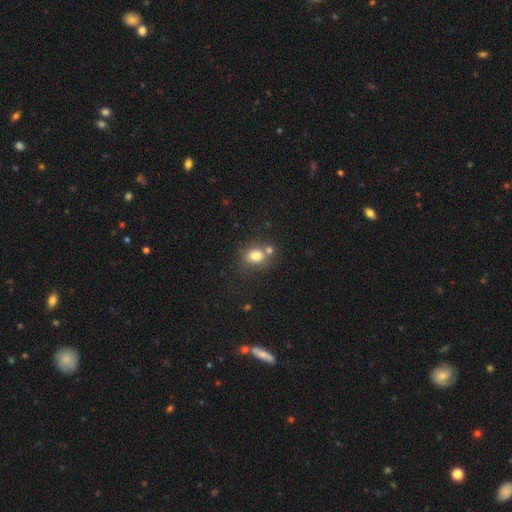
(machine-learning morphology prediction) smooth_or_featured: smooth (p=0.78) [alt: star or artifact p=0.12]
how_rounded: round (p=0.59) [alt: in between p=0.40]
merging: none (p=0.53) [alt: merger p=0.29]